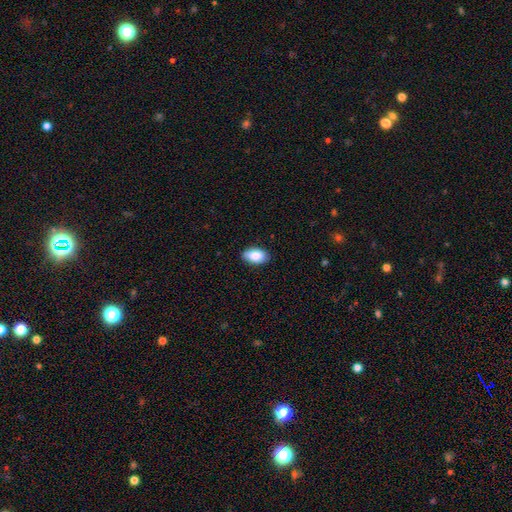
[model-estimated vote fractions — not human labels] smooth_or_featured: smooth (p=0.87) [alt: featured or disk p=0.07]
how_rounded: in between (p=0.93) [alt: round p=0.05]
merging: none (p=0.86) [alt: minor disturbance p=0.11]